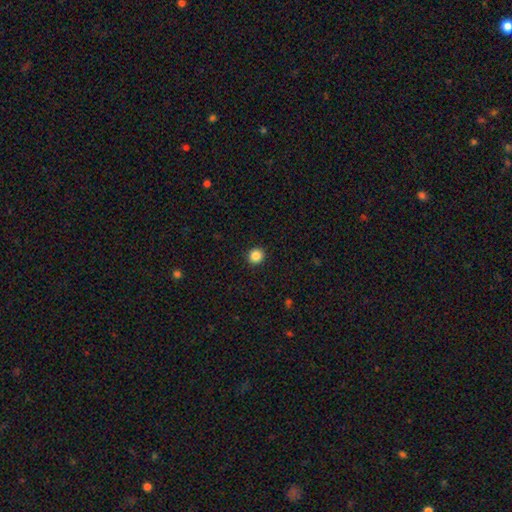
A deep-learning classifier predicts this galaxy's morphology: A smooth galaxy with no disk features (85%) that is round (93%). Merging: none (93%).